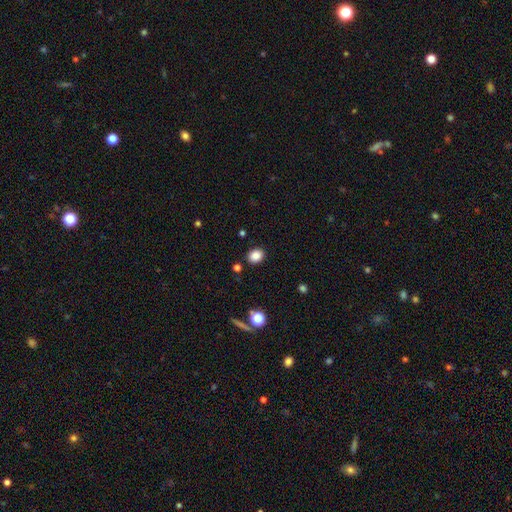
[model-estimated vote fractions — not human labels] Smooth or featured: smooth — 85% (star or artifact — 11%)
How rounded: in between — 54% (round — 45%)
Merging: none — 87% (minor disturbance — 8%)